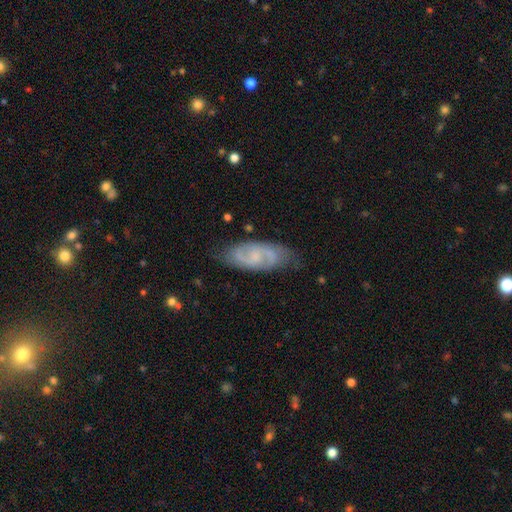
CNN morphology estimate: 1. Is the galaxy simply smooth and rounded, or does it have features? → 78% featured or disk, 16% smooth, 6% star or artifact.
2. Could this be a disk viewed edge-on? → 94% no, 6% yes.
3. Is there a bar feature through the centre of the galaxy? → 46% no (tied), 46% weak (tied), 9% strong.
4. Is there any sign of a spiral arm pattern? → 94% yes, 6% no.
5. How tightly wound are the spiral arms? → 50% medium, 34% tight, 16% loose.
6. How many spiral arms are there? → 85% 2, 9% can't tell, 2% 3, 2% 1, 1% 4, 1% more than 4.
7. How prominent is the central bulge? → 55% small, 23% none, 20% moderate, 1% large, 1% dominant.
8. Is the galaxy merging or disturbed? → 76% none, 18% minor disturbance, 4% major disturbance, 2% merger.